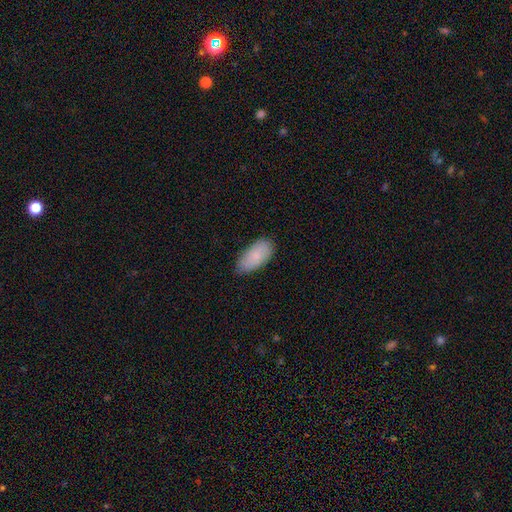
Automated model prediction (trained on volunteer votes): Smooth or featured? smooth (83%)
How rounded? in between (93%)
Merging? none (76%)